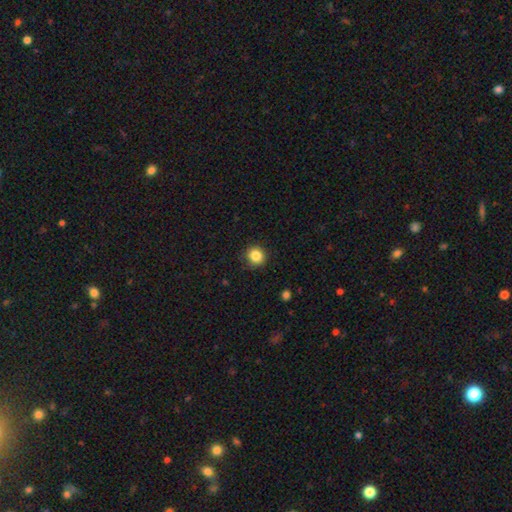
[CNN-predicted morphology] A smooth galaxy with no disk features (85%) that is round (89%).

Vote fractions:
- Smooth or featured? smooth: 85% / star or artifact: 11% / featured or disk: 5%
- How rounded? round: 89% / in between: 10% / cigar-shaped: 1%
- Merging? none: 88% / minor disturbance: 9% / major disturbance: 2% / merger: 1%